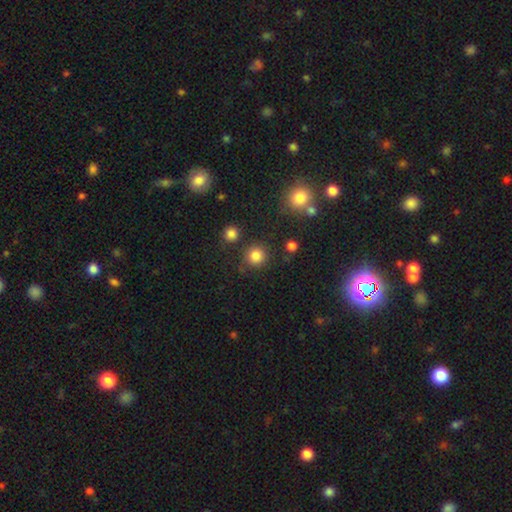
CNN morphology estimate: Smooth or featured? Predicted: smooth (p=0.82). How rounded? Predicted: round (p=0.92). Merging? Predicted: none (p=0.84).